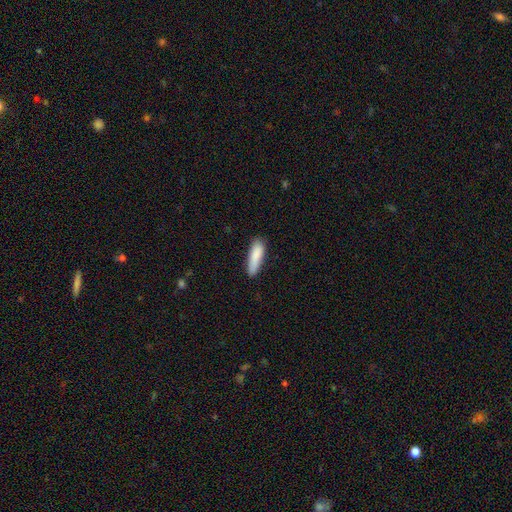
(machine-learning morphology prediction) This appears to be a smooth galaxy with no disk features (86%) that is cigar-shaped (64%). Merging: none (75%).